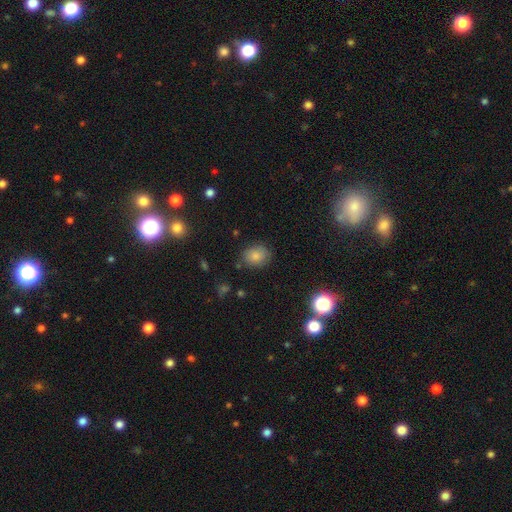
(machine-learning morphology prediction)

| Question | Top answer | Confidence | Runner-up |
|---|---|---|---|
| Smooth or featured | smooth | 82% | star or artifact (11%) |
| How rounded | round | 52% | in between (47%) |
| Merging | none | 82% | minor disturbance (13%) |